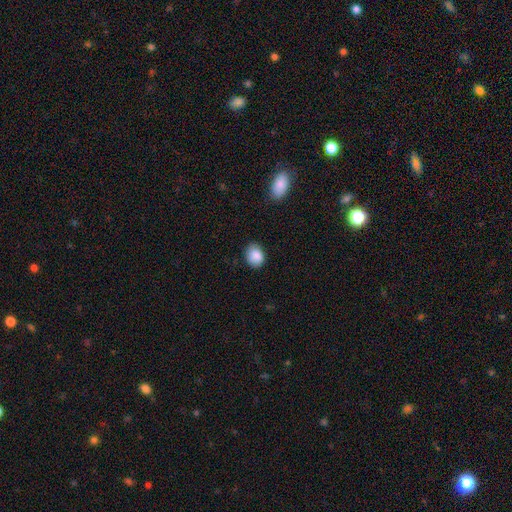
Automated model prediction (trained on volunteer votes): A smooth galaxy with no disk features (88%) that is in between round and cigar-shaped (65%).

Vote fractions:
- Smooth or featured? smooth: 88% / star or artifact: 8% / featured or disk: 5%
- How rounded? in between: 65% / round: 34% / cigar-shaped: 1%
- Merging? none: 79% / minor disturbance: 17% / major disturbance: 3% / merger: 1%